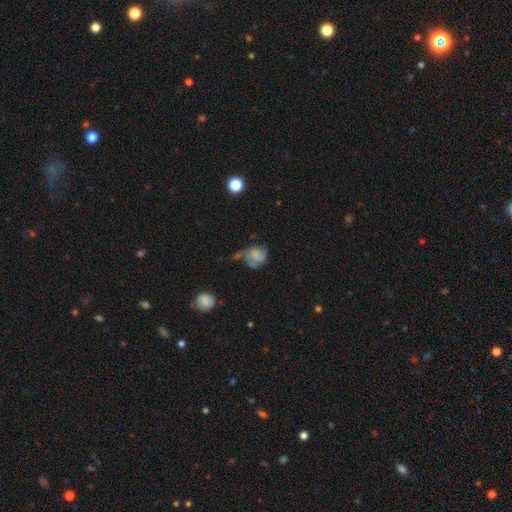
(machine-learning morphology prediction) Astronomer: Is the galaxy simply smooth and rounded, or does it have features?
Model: smooth — 48% (runner-up: featured or disk, 41%).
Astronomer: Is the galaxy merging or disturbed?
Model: none — 32% (runner-up: major disturbance, 31%).